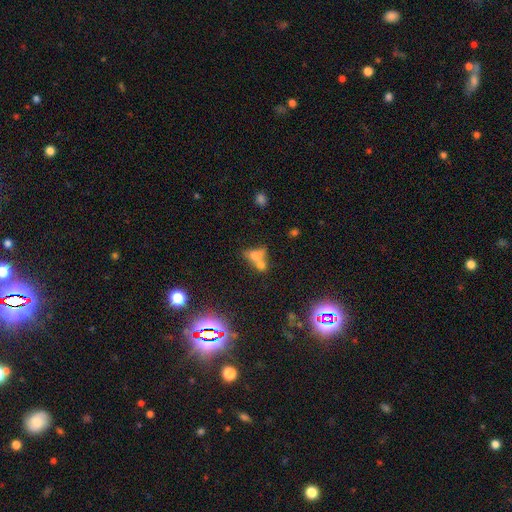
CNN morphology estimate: This appears to be a smooth galaxy with no disk features (64%) that is in between round and cigar-shaped (65%). Merging: merger (65%).